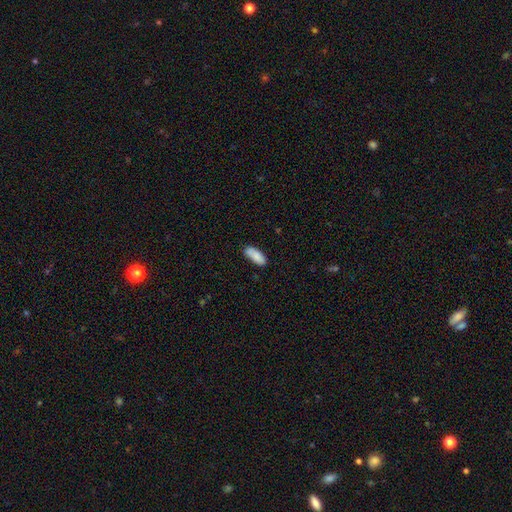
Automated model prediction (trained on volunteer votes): A smooth galaxy with no disk features (86%) that is in between round and cigar-shaped (80%).

Vote fractions:
- Smooth or featured? smooth: 86% / featured or disk: 8% / star or artifact: 6%
- How rounded? in between: 80% / cigar-shaped: 19% / round: 2%
- Merging? none: 73% / minor disturbance: 19% / merger: 4% / major disturbance: 4%